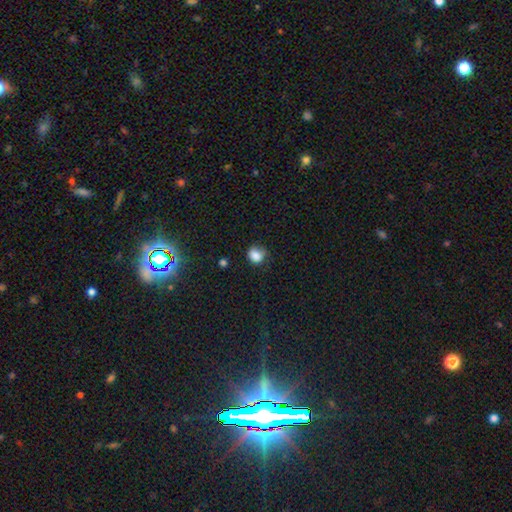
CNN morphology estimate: This is clearly a smooth galaxy (84%). How rounded: likely round (61%). Merging: possibly none (59%).